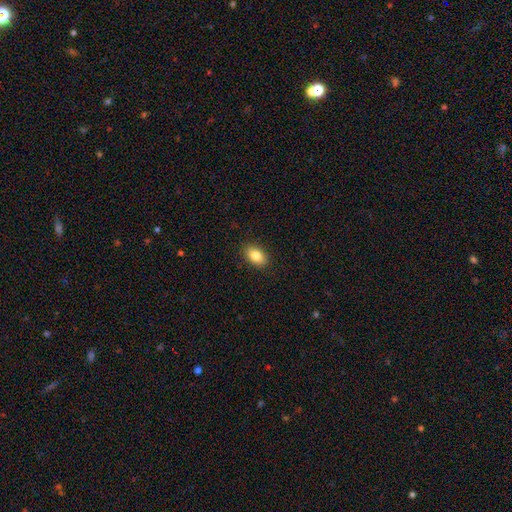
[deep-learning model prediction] Smooth or featured? Predicted: smooth (p=0.84). How rounded? Predicted: in between (p=0.88). Merging? Predicted: none (p=0.89).